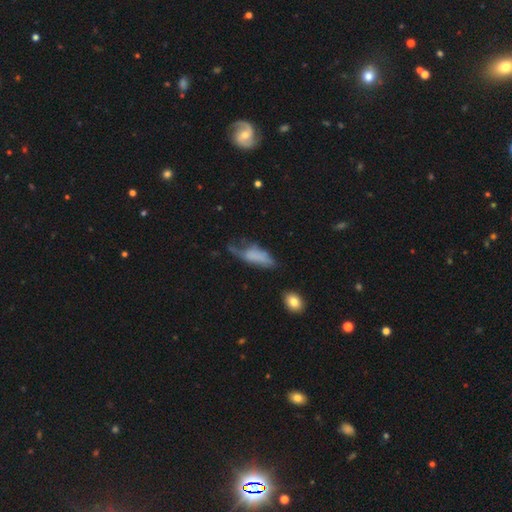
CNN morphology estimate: Smooth or featured? smooth (59%)
How rounded? in between (74%)
Merging? major disturbance (40%)